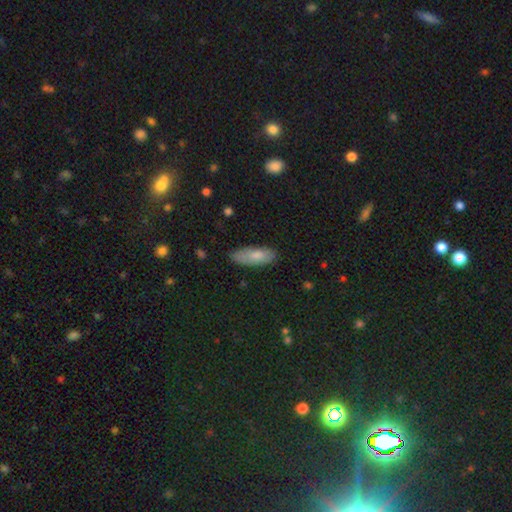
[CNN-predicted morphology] smooth_or_featured: smooth (p=0.80) [alt: featured or disk p=0.14]
how_rounded: in between (p=0.70) [alt: cigar-shaped p=0.28]
merging: none (p=0.81) [alt: minor disturbance p=0.15]